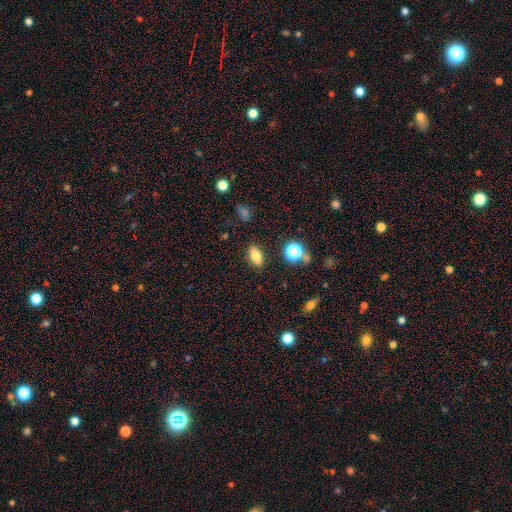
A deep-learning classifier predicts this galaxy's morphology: Overall: smooth (79%). How rounded: in between (78%). Merging: none (87%).